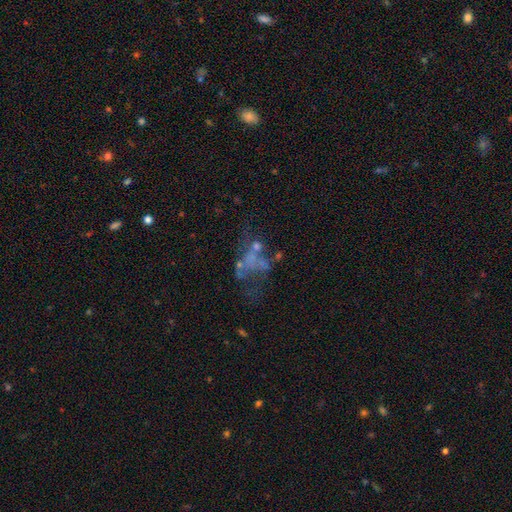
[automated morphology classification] Overall: featured or disk (52%; star or artifact 26%). Edge-on disk: no (96%). Merging: none (36%; major disturbance 34%).